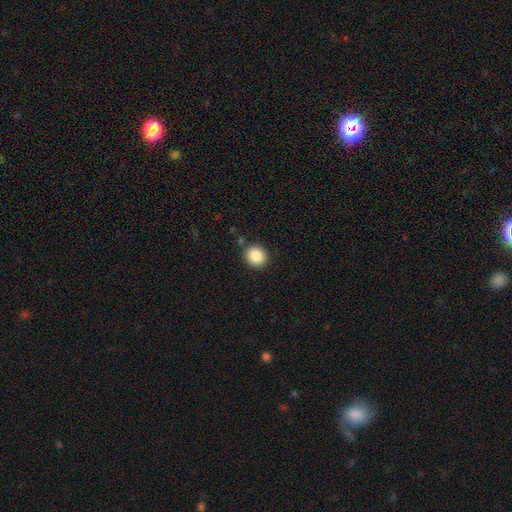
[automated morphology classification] Q: Smooth or featured?
A: smooth (87%); runner-up: star or artifact (9%)
Q: How rounded?
A: round (84%); runner-up: in between (15%)
Q: Merging?
A: none (88%); runner-up: minor disturbance (7%)